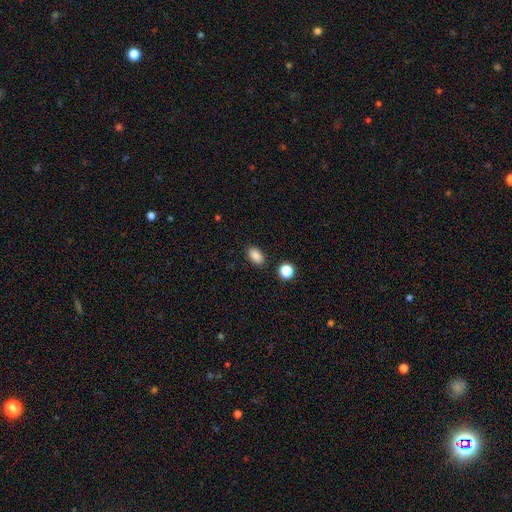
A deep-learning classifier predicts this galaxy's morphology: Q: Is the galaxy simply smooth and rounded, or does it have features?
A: smooth — 87%.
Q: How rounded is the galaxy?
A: in between — 89%.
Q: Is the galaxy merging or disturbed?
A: none — 86%.